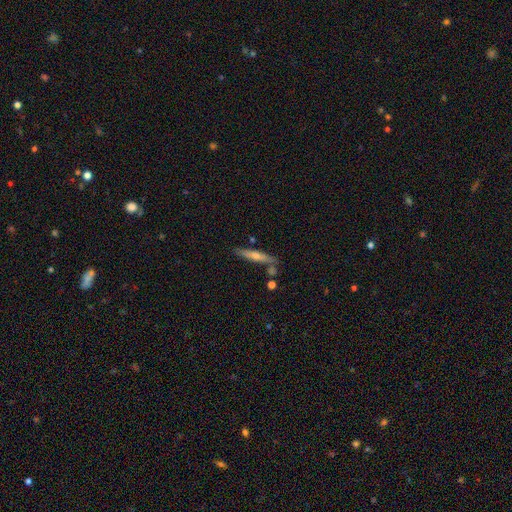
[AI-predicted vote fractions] Smooth or featured? featured or disk (61%)
Edge-on disk? yes (93%)
Edge-on bulge? rounded (79%)
Merging? none (78%)